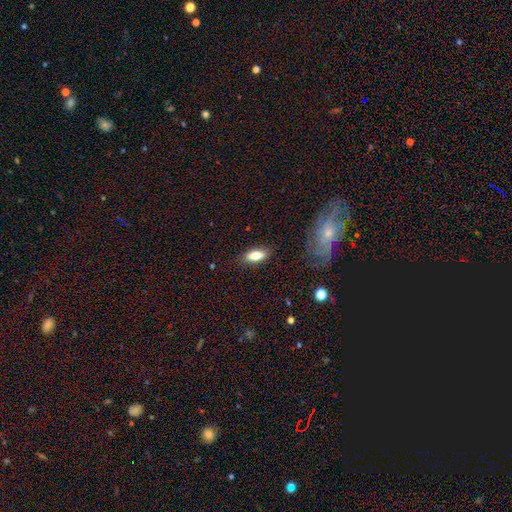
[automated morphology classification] Overall: smooth (78%). How rounded: in between (77%). Merging: none (84%).